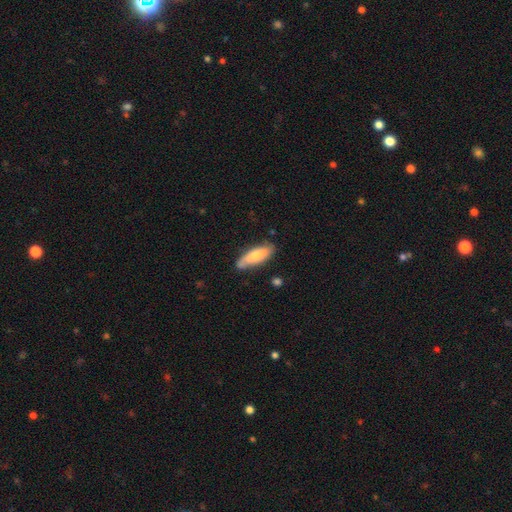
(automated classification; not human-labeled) Smooth or featured? Predicted: smooth (p=0.69). How rounded? Predicted: in between (p=0.58). Merging? Predicted: none (p=0.75).